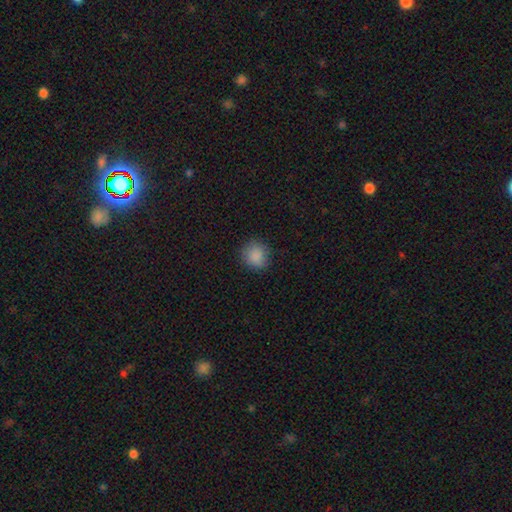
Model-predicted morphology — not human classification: Smooth or featured?
  - smooth: 88% *
  - star or artifact: 9%
  - featured or disk: 3%
How rounded?
  - round: 86% *
  - in between: 13%
  - cigar-shaped: 1%
Merging?
  - none: 86% *
  - minor disturbance: 10%
  - major disturbance: 3%
  - merger: 1%